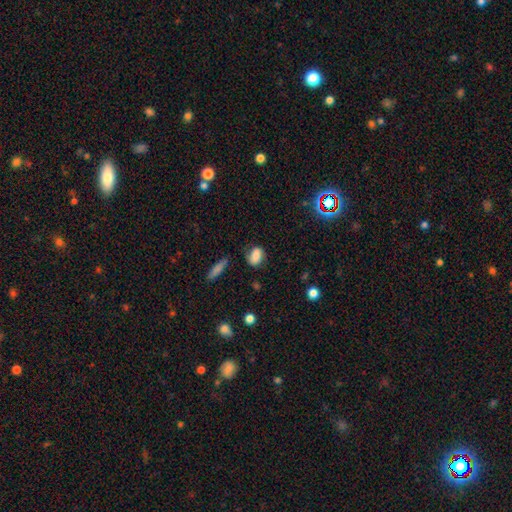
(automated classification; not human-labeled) A smooth galaxy with no disk features (71%) that is in between round and cigar-shaped (72%). Merging: none (70%).